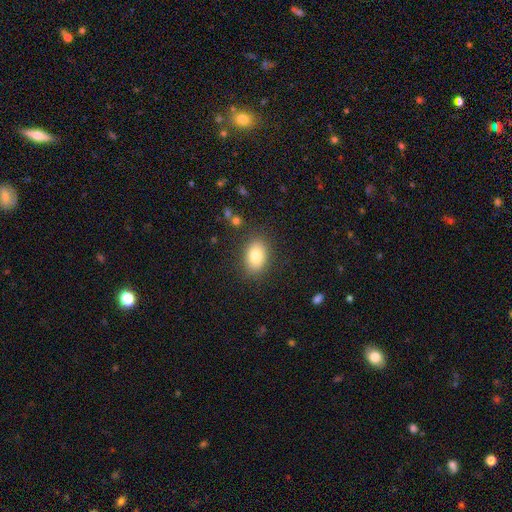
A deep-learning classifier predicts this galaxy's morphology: This appears to be a smooth galaxy with no disk features (79%) that is in between round and cigar-shaped (79%). Merging: none (86%).